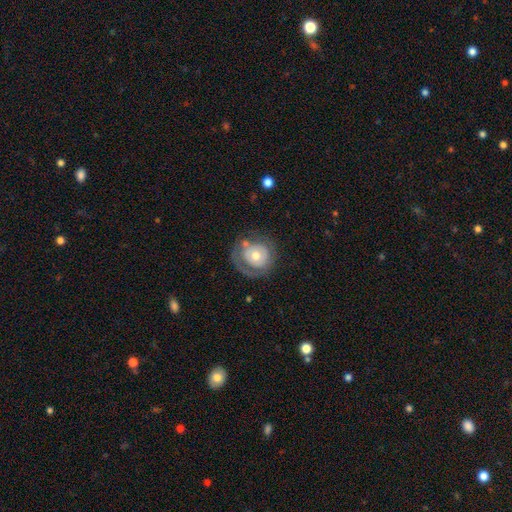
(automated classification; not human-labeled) smooth-or-featured: featured or disk: 55% | smooth: 39% | star or artifact: 6%
  disk-edge-on: no: 96% | yes: 4%
    bar: no: 84% | weak: 13% | strong: 3%
    has-spiral-arms: no: 53% | yes: 47%
    bulge-size: moderate: 68% | small: 20% | large: 9% | none: 1% | dominant: 1%
  merging: none: 54% | minor disturbance: 22% | major disturbance: 19% | merger: 4%